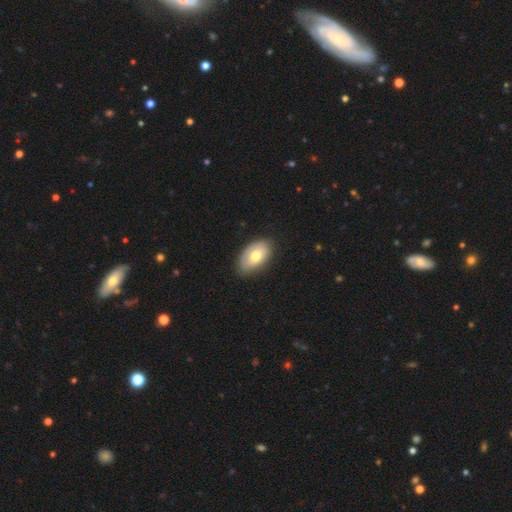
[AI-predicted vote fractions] The model was most divided on "smooth or featured": smooth: 68%, featured or disk: 26%, star or artifact: 6%. More confident: how rounded — in between (93%); merging — none (80%).